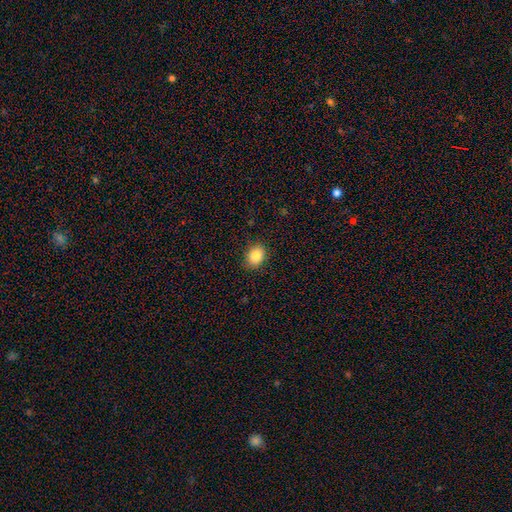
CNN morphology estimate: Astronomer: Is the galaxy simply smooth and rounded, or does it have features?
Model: smooth — 85%.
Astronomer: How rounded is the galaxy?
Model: in between — 57% (runner-up: round, 42%).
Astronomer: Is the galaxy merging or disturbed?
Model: none — 88%.